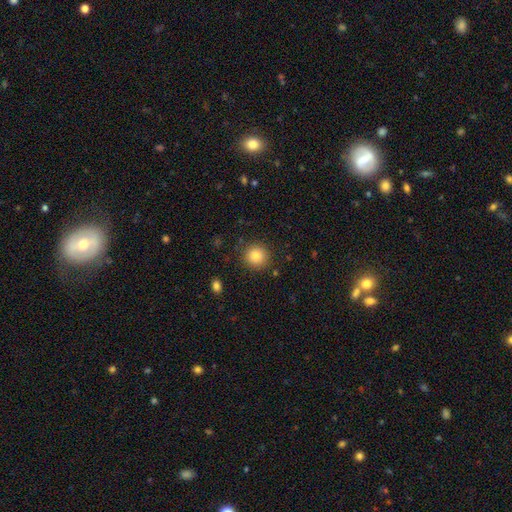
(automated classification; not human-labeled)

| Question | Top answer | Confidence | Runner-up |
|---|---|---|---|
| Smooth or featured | smooth | 84% | star or artifact (10%) |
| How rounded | round | 92% | in between (7%) |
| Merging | none | 88% | minor disturbance (7%) |